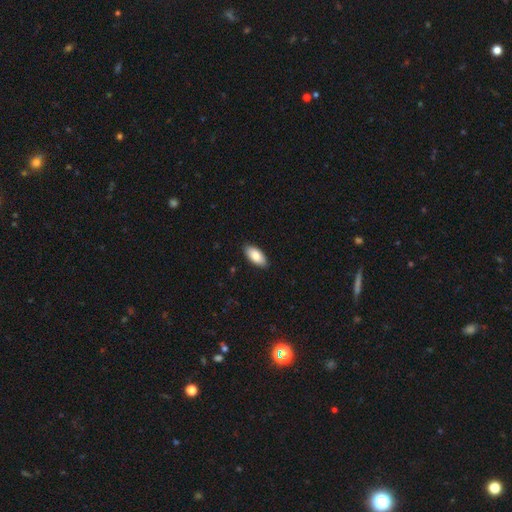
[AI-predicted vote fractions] Q: Smooth or featured?
A: smooth (84%); runner-up: featured or disk (10%)
Q: How rounded?
A: in between (92%); runner-up: cigar-shaped (7%)
Q: Merging?
A: none (89%); runner-up: minor disturbance (8%)